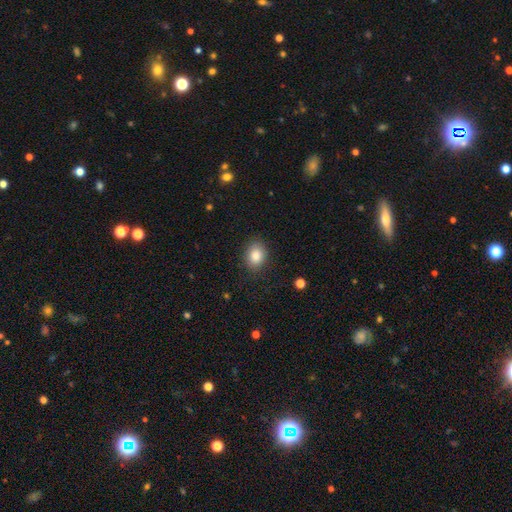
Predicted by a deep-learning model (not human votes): Smooth or featured? Predicted: smooth (p=0.84). How rounded? Predicted: in between (p=0.56). Merging? Predicted: none (p=0.86).